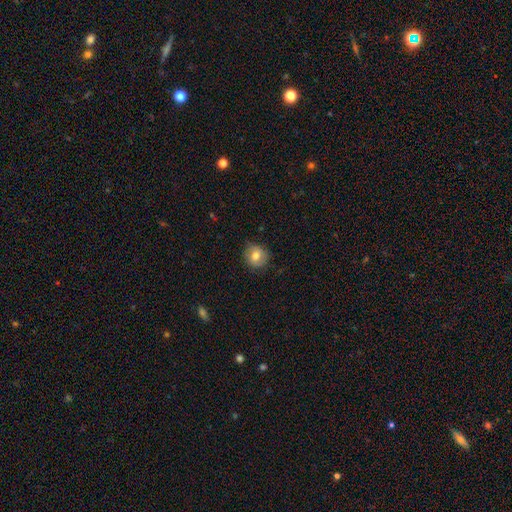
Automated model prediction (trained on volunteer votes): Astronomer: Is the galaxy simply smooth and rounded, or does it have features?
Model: smooth — 75%.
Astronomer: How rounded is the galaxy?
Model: round — 85%.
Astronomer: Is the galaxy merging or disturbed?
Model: none — 82%.